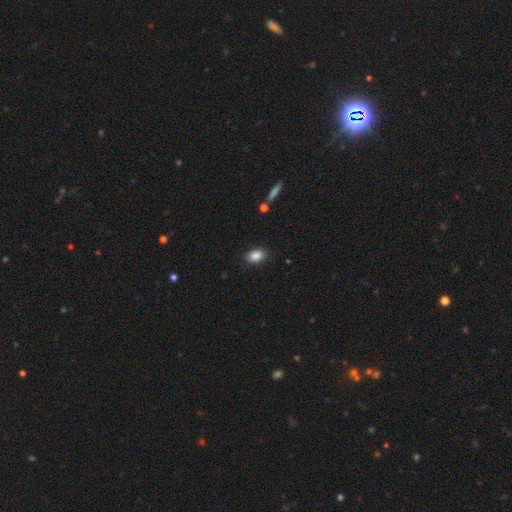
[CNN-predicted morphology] Smooth or featured?
  - smooth: 87% *
  - star or artifact: 8%
  - featured or disk: 4%
How rounded?
  - in between: 76% *
  - round: 23%
  - cigar-shaped: 1%
Merging?
  - none: 87% *
  - minor disturbance: 9%
  - major disturbance: 2%
  - merger: 1%